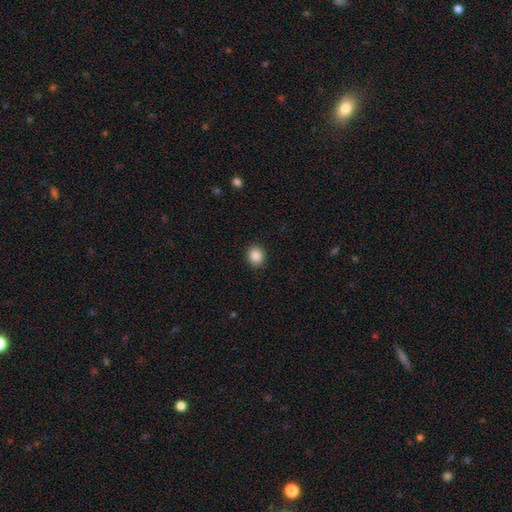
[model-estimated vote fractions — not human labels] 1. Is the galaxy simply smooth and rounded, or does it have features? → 88% smooth, 9% star or artifact, 3% featured or disk.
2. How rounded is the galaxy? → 73% round, 26% in between, 1% cigar-shaped.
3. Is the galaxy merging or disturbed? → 91% none, 6% minor disturbance, 2% major disturbance, 1% merger.